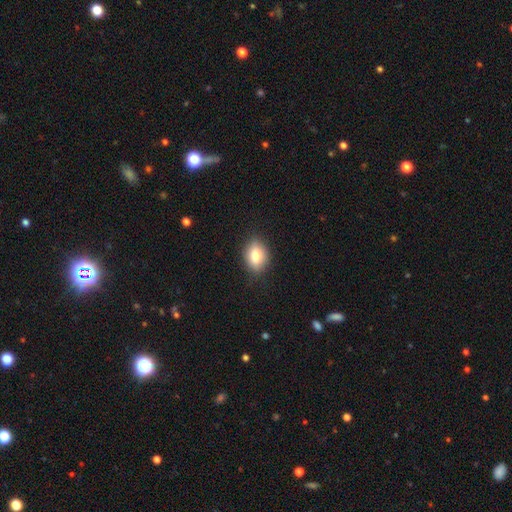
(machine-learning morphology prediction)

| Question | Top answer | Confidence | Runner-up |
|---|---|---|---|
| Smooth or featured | smooth | 76% | featured or disk (16%) |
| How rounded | in between | 73% | round (24%) |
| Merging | none | 82% | minor disturbance (14%) |